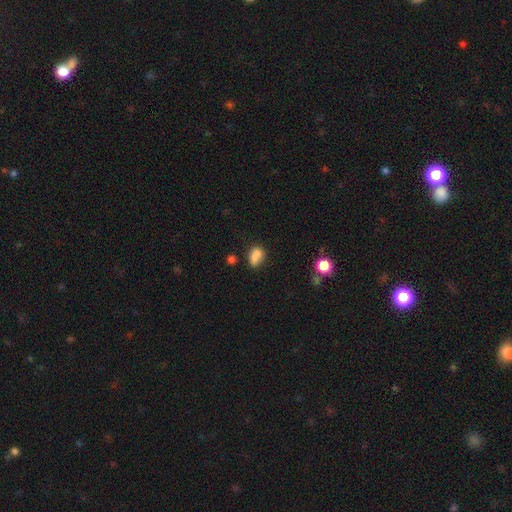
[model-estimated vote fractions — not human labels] Smooth or featured? smooth (76%)
How rounded? in between (74%)
Merging? none (42%)